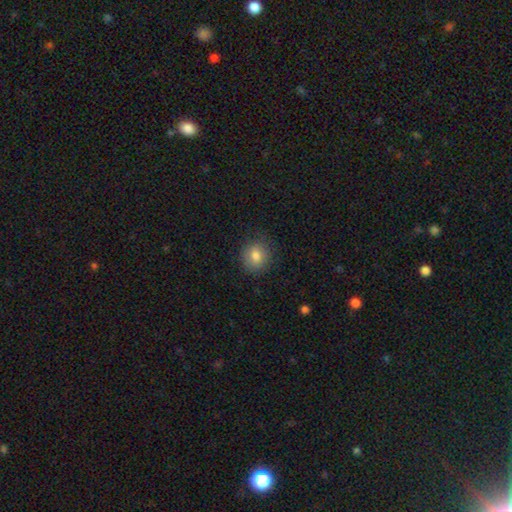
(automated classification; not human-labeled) Smooth or featured? Predicted: smooth (p=0.82). How rounded? Predicted: round (p=0.76). Merging? Predicted: none (p=0.83).